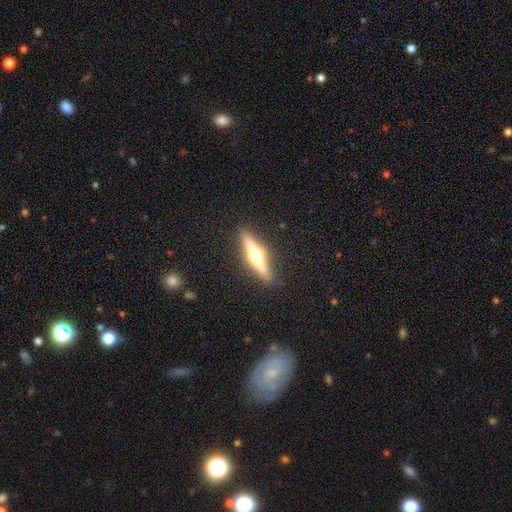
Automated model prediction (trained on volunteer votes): Smooth or featured? Predicted: featured or disk (p=0.65). Edge-on disk? Predicted: yes (p=0.96). Edge-on bulge? Predicted: rounded (p=0.94). Merging? Predicted: none (p=0.89).